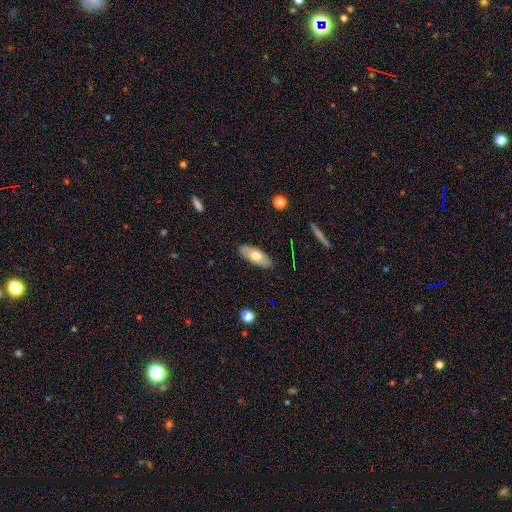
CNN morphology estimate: Smooth or featured? Predicted: smooth (p=0.64). How rounded? Predicted: in between (p=0.83). Merging? Predicted: none (p=0.87).